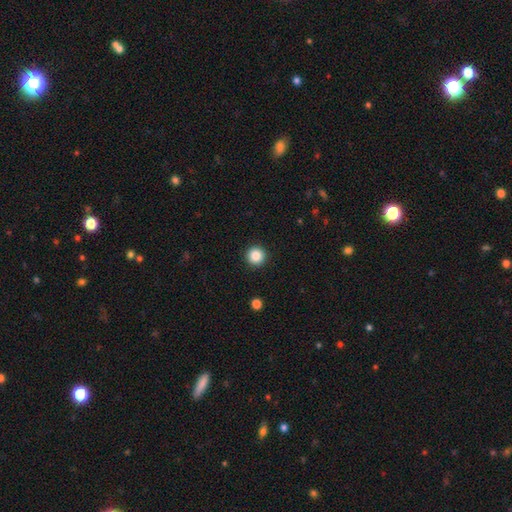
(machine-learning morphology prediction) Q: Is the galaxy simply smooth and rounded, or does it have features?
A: smooth — 86%.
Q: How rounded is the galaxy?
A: round — 96%.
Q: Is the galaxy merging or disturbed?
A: none — 93%.